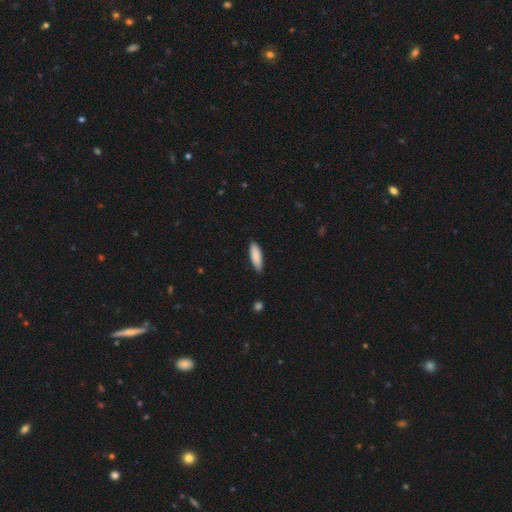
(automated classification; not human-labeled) smooth 88%, featured or disk 7%, star or artifact 6%. Down the decision tree: how rounded — in between (51%); merging — none (86%).